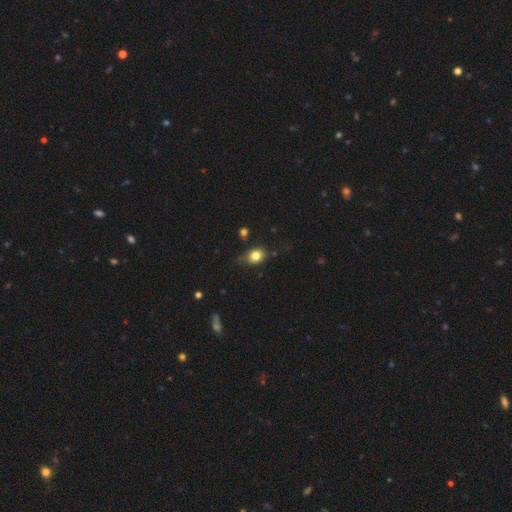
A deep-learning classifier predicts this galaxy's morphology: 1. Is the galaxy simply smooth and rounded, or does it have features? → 79% smooth, 11% featured or disk, 10% star or artifact.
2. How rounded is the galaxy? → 52% in between, 47% round, 2% cigar-shaped.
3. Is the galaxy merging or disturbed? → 56% none, 31% minor disturbance, 10% major disturbance, 3% merger.